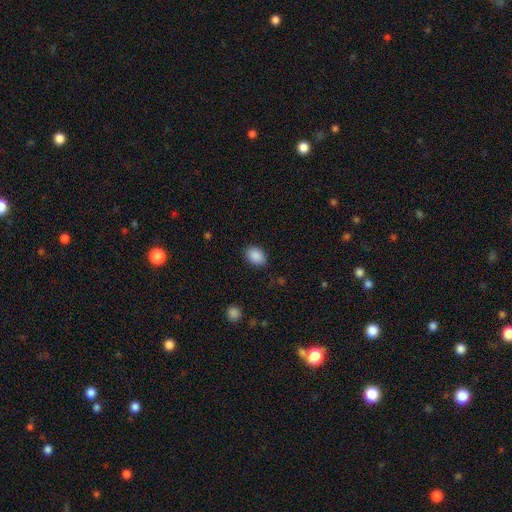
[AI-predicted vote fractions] A smooth galaxy with no disk features (89%) that is in between round and cigar-shaped (76%). Merging: none (85%).